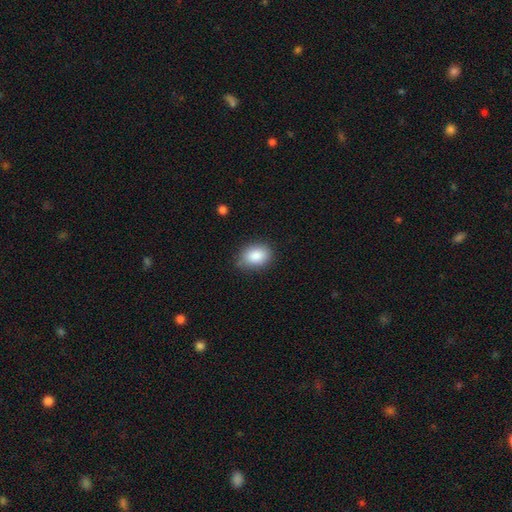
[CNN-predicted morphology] Smooth or featured? smooth (87%)
How rounded? in between (70%)
Merging? none (77%)